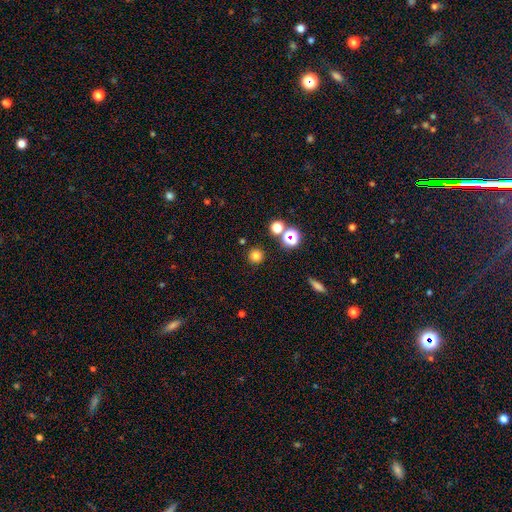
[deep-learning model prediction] smooth_or_featured: smooth (p=0.76) [alt: star or artifact p=0.19]
how_rounded: round (p=0.95) [alt: in between p=0.04]
merging: none (p=0.87) [alt: minor disturbance p=0.06]